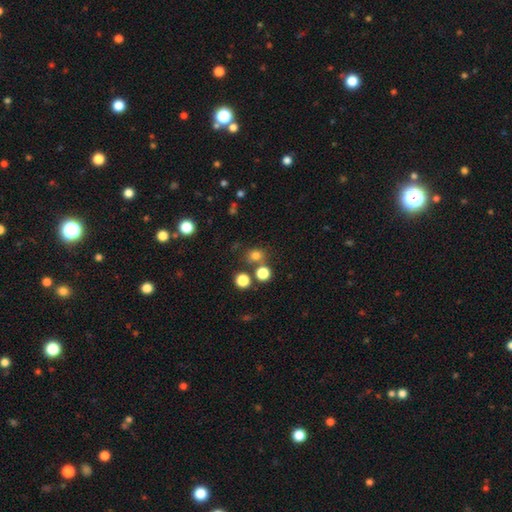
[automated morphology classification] This appears to be a smooth galaxy with no disk features (75%) that is round (78%). Merging: none (68%).